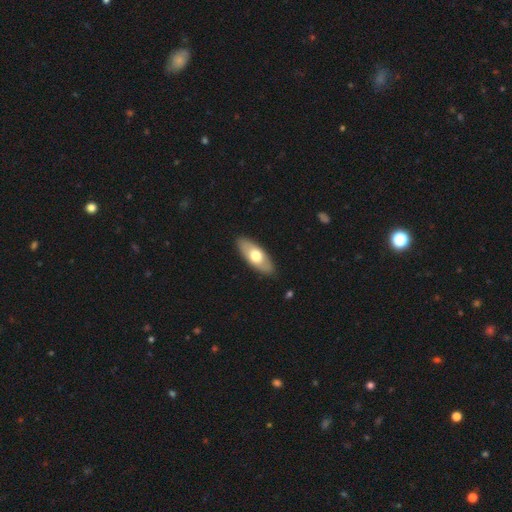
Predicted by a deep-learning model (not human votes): Smooth or featured? Predicted: smooth (p=0.61). How rounded? Predicted: in between (p=0.81). Merging? Predicted: none (p=0.89).